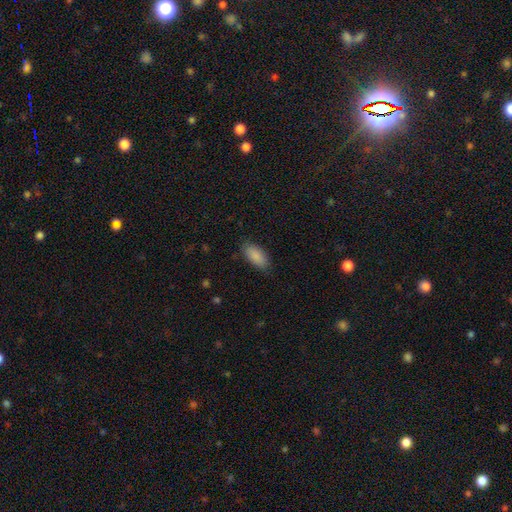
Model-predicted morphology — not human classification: smooth_or_featured: smooth (p=0.88) [alt: star or artifact p=0.06]
how_rounded: in between (p=0.90) [alt: cigar-shaped p=0.08]
merging: none (p=0.83) [alt: minor disturbance p=0.13]